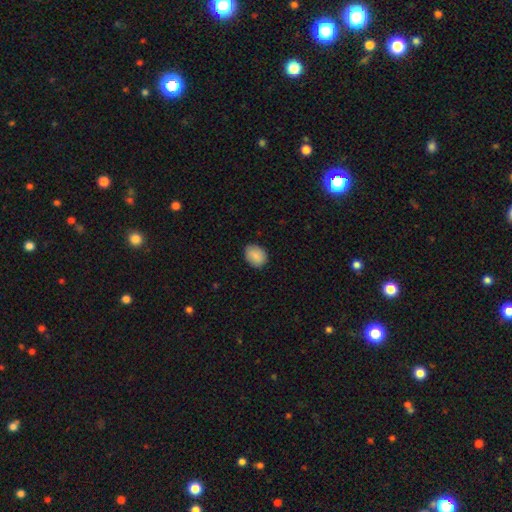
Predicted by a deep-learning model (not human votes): This is clearly a smooth galaxy (88%). How rounded: possibly in between (57%). Merging: clearly none (85%).